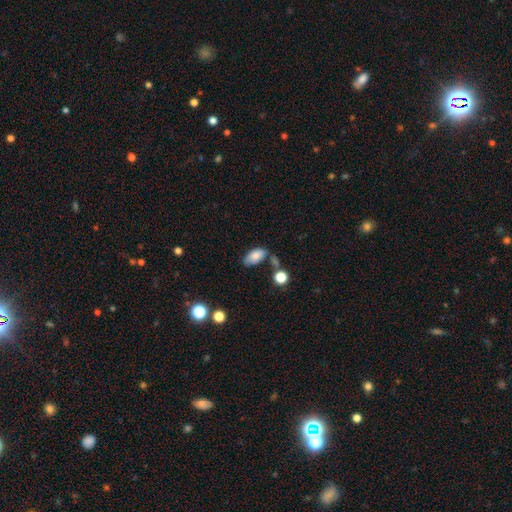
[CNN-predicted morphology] Smooth or featured: smooth — 80% (featured or disk — 12%)
How rounded: in between — 93% (round — 4%)
Merging: none — 52% (minor disturbance — 27%)